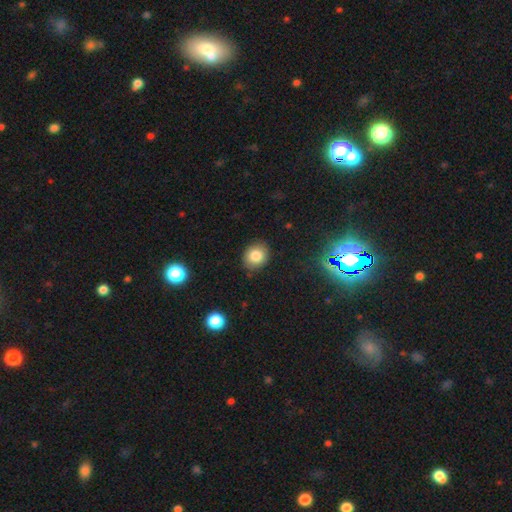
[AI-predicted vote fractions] A smooth galaxy with no disk features (82%) that is round (69%). Merging: none (86%).